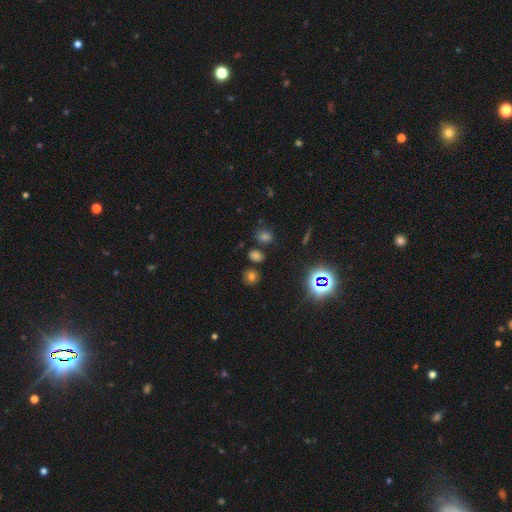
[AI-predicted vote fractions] Q: Smooth or featured?
A: smooth (52%); runner-up: star or artifact (40%)
Q: How rounded?
A: round (63%); runner-up: in between (35%)
Q: Merging?
A: none (78%); runner-up: minor disturbance (10%)